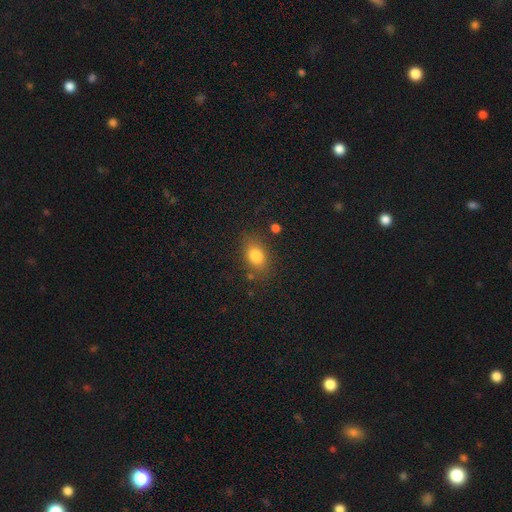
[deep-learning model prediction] This is clearly a smooth galaxy (81%). How rounded: likely in between (75%). Merging: likely none (78%).